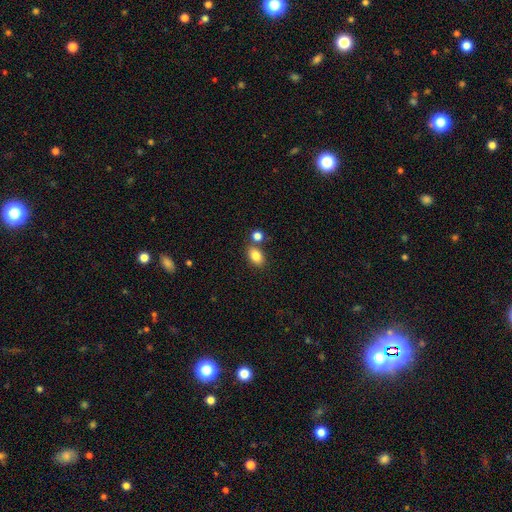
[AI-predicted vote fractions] smooth-or-featured: smooth: 84% | star or artifact: 9% | featured or disk: 7%
  how-rounded: in between: 81% | round: 17% | cigar-shaped: 2%
  merging: none: 67% | merger: 20% | minor disturbance: 11% | major disturbance: 3%